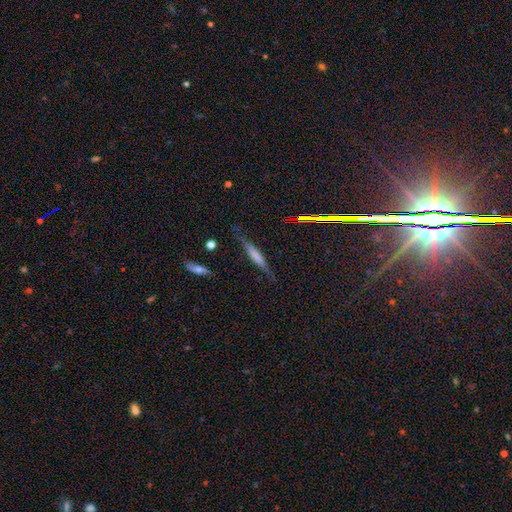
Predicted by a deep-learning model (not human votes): featured or disk 47%, smooth 44%, star or artifact 9%. Down the decision tree: merging — none (77%).